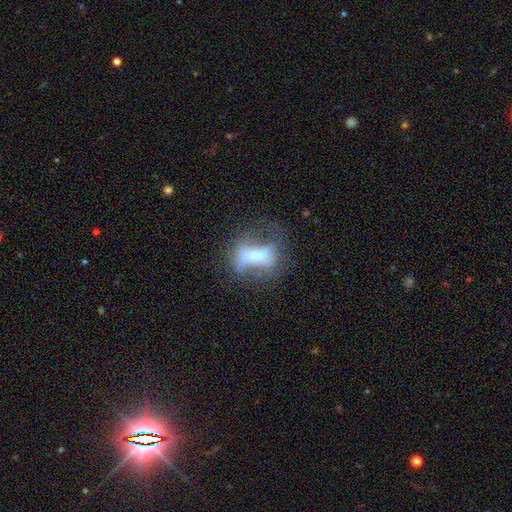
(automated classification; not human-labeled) Morphology: type=featured or disk (53%); edge-on=no (88%); merging=major disturbance (36%).